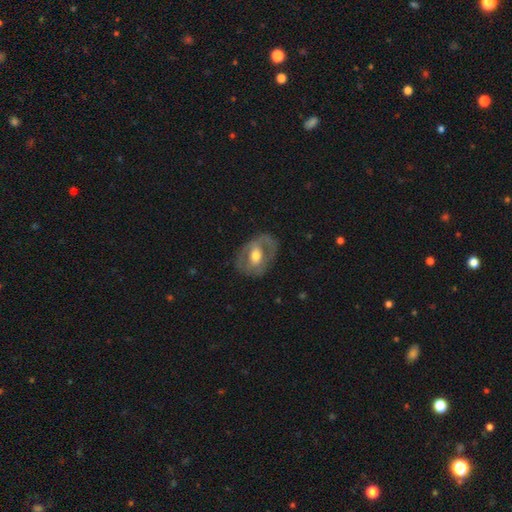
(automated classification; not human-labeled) The model was most divided on "bar": no: 45%, weak: 33%, strong: 21%. More confident: edge-on disk — no (93%); bulge size — moderate (70%); merging — none (68%); smooth or featured — featured or disk (62%); spiral arms — no (60%).